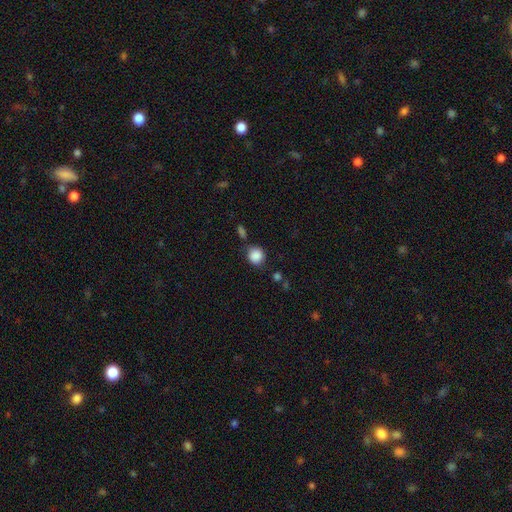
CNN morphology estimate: A smooth galaxy with no disk features (87%) that is round (85%).

Vote fractions:
- Smooth or featured? smooth: 87% / star or artifact: 9% / featured or disk: 4%
- How rounded? round: 85% / in between: 14% / cigar-shaped: 1%
- Merging? none: 73% / minor disturbance: 16% / merger: 6% / major disturbance: 5%